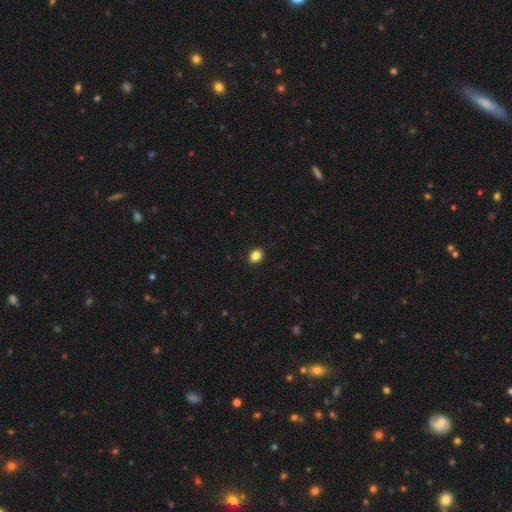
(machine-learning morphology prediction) Smooth or featured? smooth (85%)
How rounded? in between (57%)
Merging? none (91%)